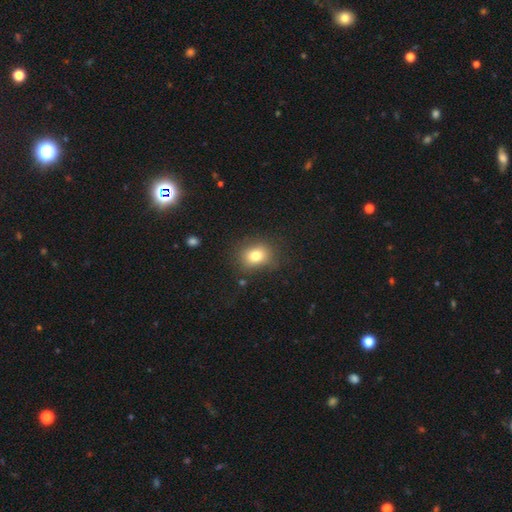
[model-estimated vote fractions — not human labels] smooth 79%, star or artifact 12%, featured or disk 9%. Down the decision tree: how rounded — round (53%); merging — none (80%).